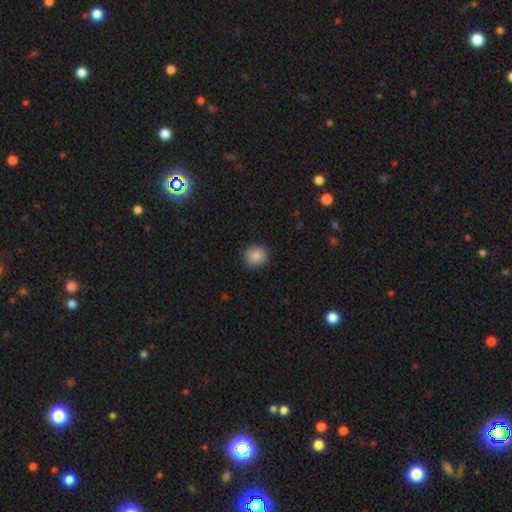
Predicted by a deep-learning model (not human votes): The model was most divided on "how rounded": round: 87%, in between: 12%, cigar-shaped: 1%. More confident: merging — none (88%); smooth or featured — smooth (87%).